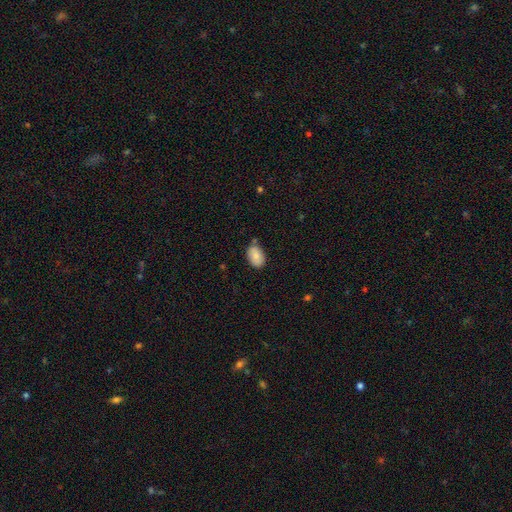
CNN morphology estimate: smooth_or_featured: smooth (p=0.83) [alt: featured or disk p=0.09]
how_rounded: in between (p=0.90) [alt: round p=0.09]
merging: none (p=0.73) [alt: minor disturbance p=0.19]